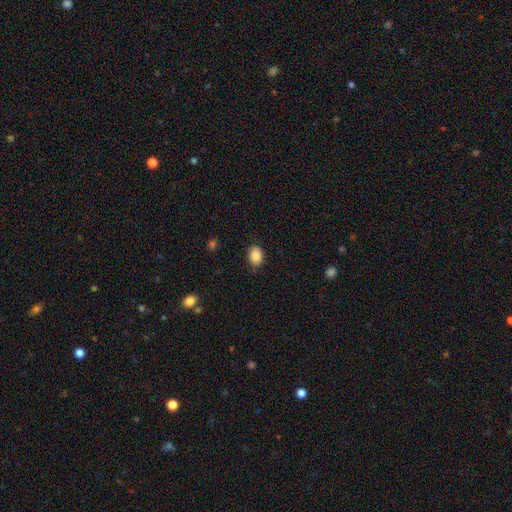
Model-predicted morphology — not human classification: smooth_or_featured: smooth (p=0.89) [alt: star or artifact p=0.08]
how_rounded: in between (p=0.75) [alt: round p=0.24]
merging: none (p=0.85) [alt: minor disturbance p=0.11]